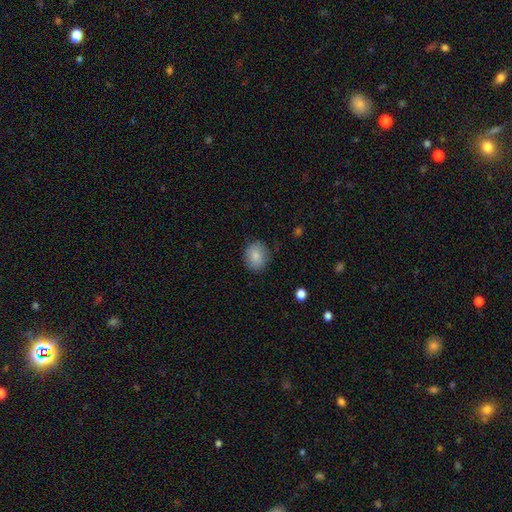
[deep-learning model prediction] Smooth or featured: smooth — 84% (featured or disk — 8%)
How rounded: round — 66% (in between — 33%)
Merging: none — 83% (minor disturbance — 12%)